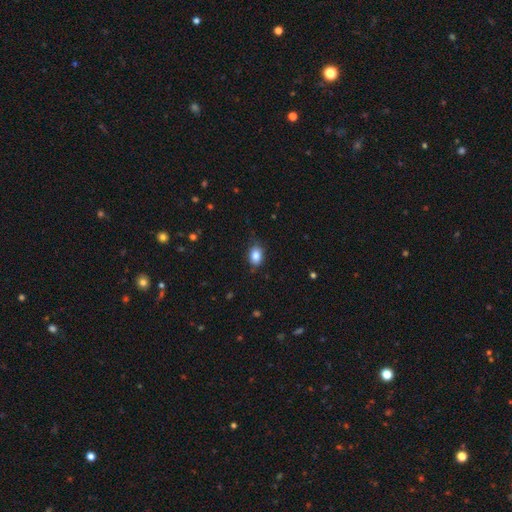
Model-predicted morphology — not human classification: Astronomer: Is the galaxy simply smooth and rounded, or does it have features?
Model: smooth — 85%.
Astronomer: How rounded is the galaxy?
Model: in between — 74%.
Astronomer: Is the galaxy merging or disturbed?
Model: none — 75%.